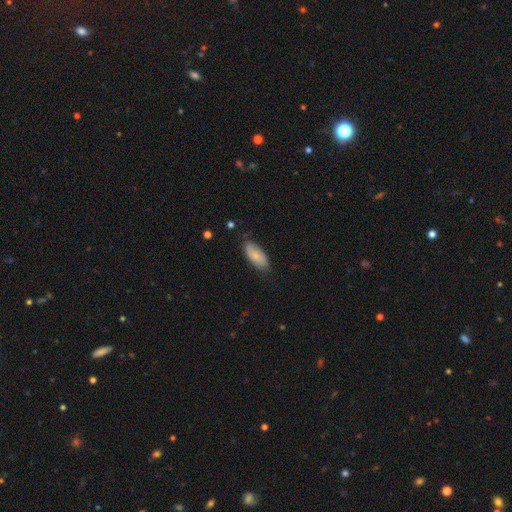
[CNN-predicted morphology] Q: Smooth or featured?
A: smooth (70%); runner-up: featured or disk (24%)
Q: How rounded?
A: in between (89%); runner-up: cigar-shaped (9%)
Q: Merging?
A: none (76%); runner-up: minor disturbance (20%)